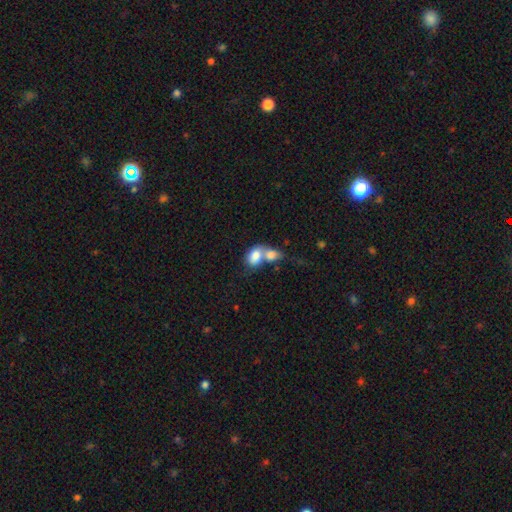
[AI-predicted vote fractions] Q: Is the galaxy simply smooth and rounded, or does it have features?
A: smooth — 79%.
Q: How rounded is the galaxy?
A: in between — 79%.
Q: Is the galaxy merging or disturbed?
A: merger — 75%.